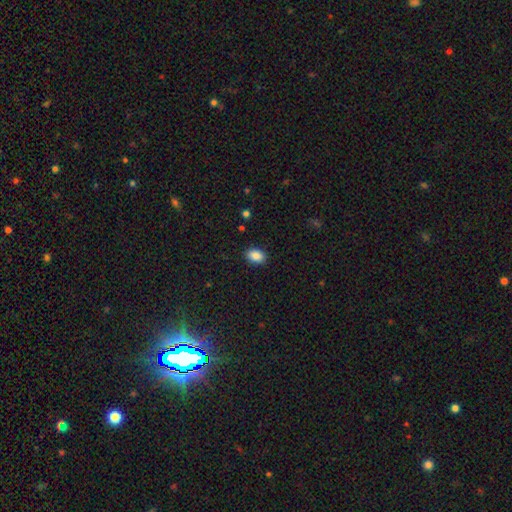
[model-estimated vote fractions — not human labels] Smooth or featured? smooth (89%)
How rounded? in between (80%)
Merging? none (89%)